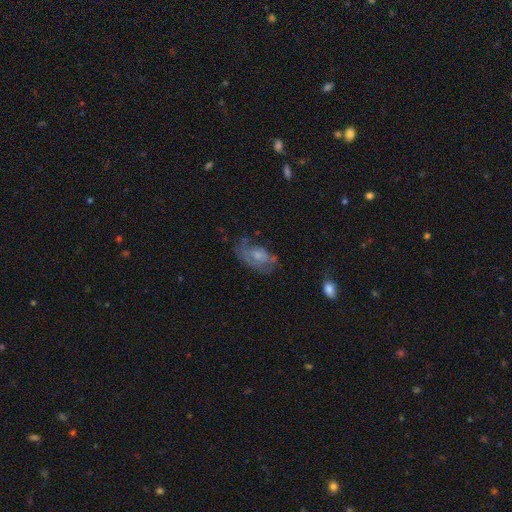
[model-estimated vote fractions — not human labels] Q: Smooth or featured?
A: featured or disk (51%); runner-up: smooth (39%)
Q: Edge-on disk?
A: no (94%); runner-up: yes (6%)
Q: Merging?
A: none (54%); runner-up: minor disturbance (26%)